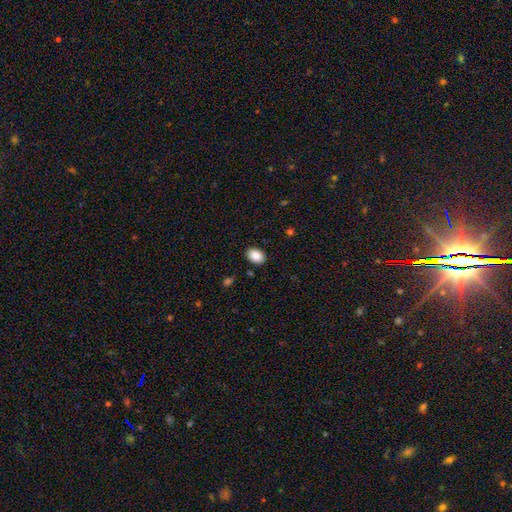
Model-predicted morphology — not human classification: This appears to be a smooth galaxy with no disk features (88%) that is in between round and cigar-shaped (79%). Merging: none (89%).